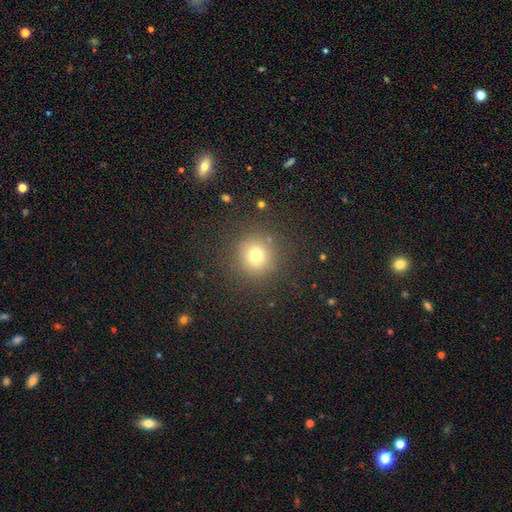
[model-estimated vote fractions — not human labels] smooth-or-featured: smooth: 73% | star or artifact: 17% | featured or disk: 10%
  how-rounded: round: 93% | in between: 6% | cigar-shaped: 1%
  merging: none: 86% | minor disturbance: 8% | major disturbance: 5% | merger: 2%